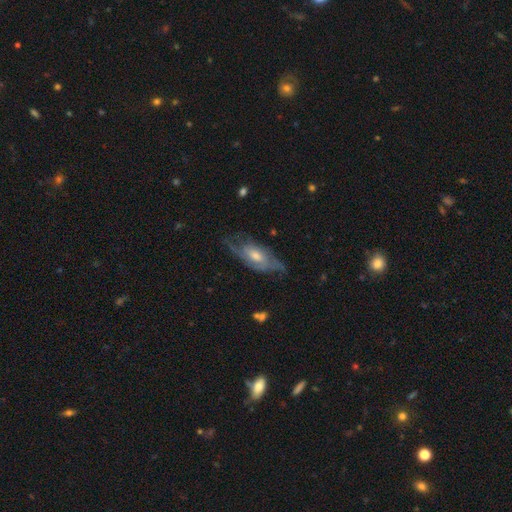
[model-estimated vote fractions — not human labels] featured or disk 75%, smooth 19%, star or artifact 6%. Down the decision tree: edge-on disk — no (85%); bar — no (63%); spiral arms — yes (86%); spiral arm count — 2 (45%); spiral winding — medium (43%); bulge size — moderate (63%); merging — none (62%).